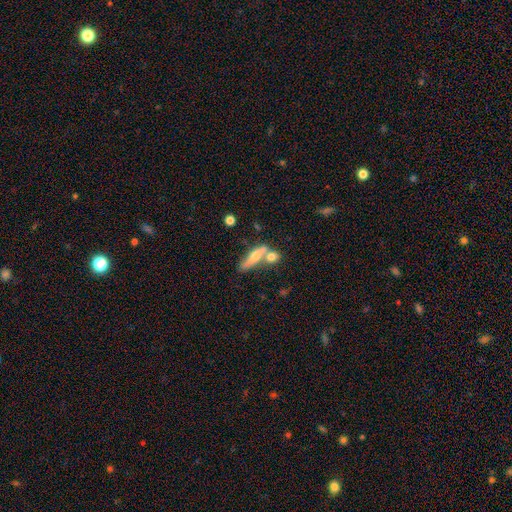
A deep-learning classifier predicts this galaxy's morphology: smooth-or-featured: smooth: 49% | featured or disk: 43% | star or artifact: 8%
  merging: merger: 45% | none: 36% | minor disturbance: 12% | major disturbance: 7%